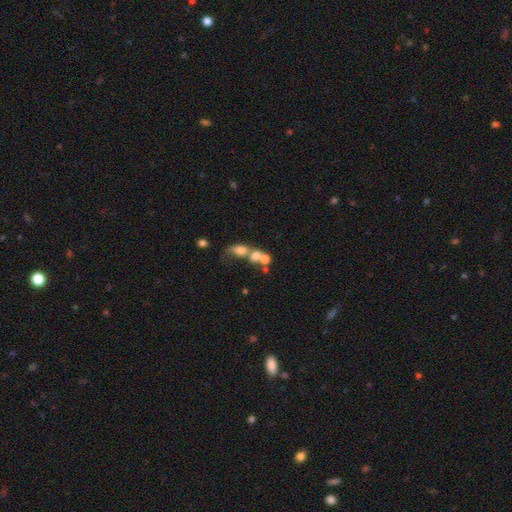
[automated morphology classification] Smooth or featured? Predicted: smooth (p=0.60). How rounded? Predicted: in between (p=0.59). Merging? Predicted: merger (p=0.63).